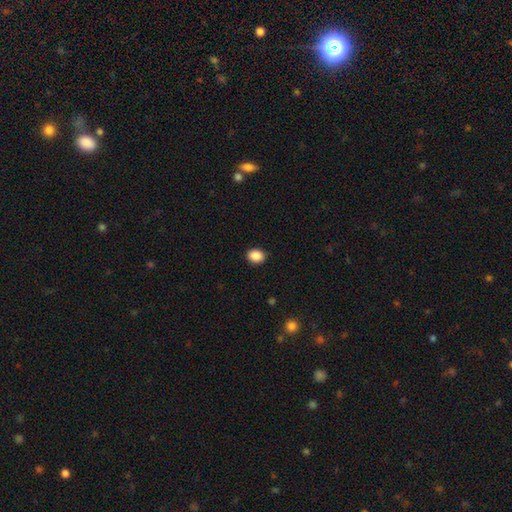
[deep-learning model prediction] Smooth or featured?
  - smooth: 89% *
  - star or artifact: 9%
  - featured or disk: 3%
How rounded?
  - in between: 54% *
  - round: 45%
  - cigar-shaped: 1%
Merging?
  - none: 90% *
  - minor disturbance: 7%
  - major disturbance: 2%
  - merger: 1%